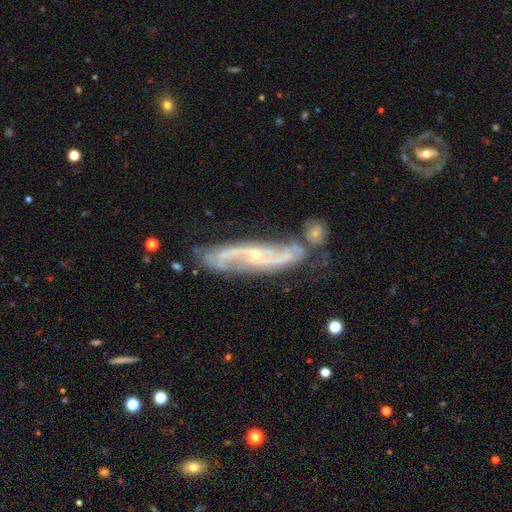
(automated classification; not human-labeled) Smooth or featured?
  - featured or disk: 87% *
  - smooth: 7%
  - star or artifact: 6%
Edge-on disk?
  - no: 81% *
  - yes: 19%
Bar?
  - no: 50% *
  - weak: 35%
  - strong: 15%
Spiral arms?
  - yes: 95% *
  - no: 5%
Spiral winding?
  - medium: 44% *
  - loose: 33%
  - tight: 23%
Spiral arm count?
  - 2: 79% *
  - can't tell: 11%
  - 3: 4%
  - 1: 2%
  - 4: 2%
  - more than 4: 2%
Bulge size?
  - small: 73% *
  - moderate: 23%
  - none: 2%
  - large: 1%
  - dominant: 1%
Merging?
  - none: 47% *
  - merger: 24%
  - minor disturbance: 20%
  - major disturbance: 9%